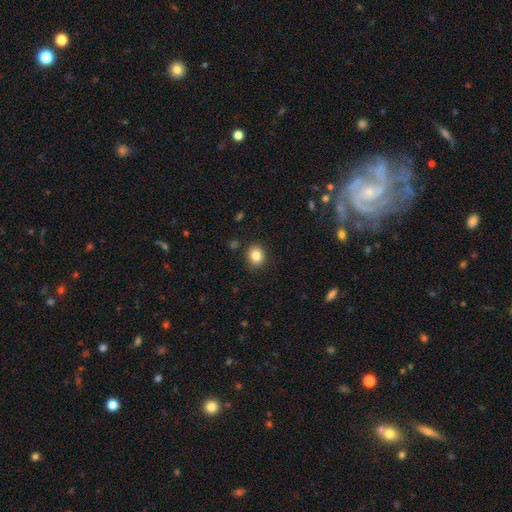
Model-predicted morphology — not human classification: smooth 84%, star or artifact 10%, featured or disk 6%. Down the decision tree: how rounded — round (66%); merging — none (87%).